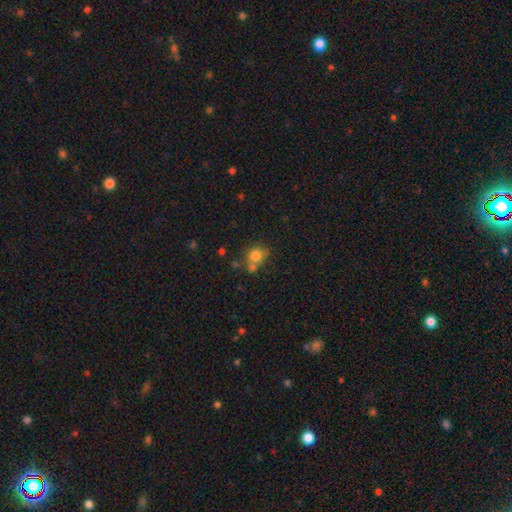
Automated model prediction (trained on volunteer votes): This appears to be a smooth galaxy with no disk features (78%) that is round (74%). Merging: none (53%).